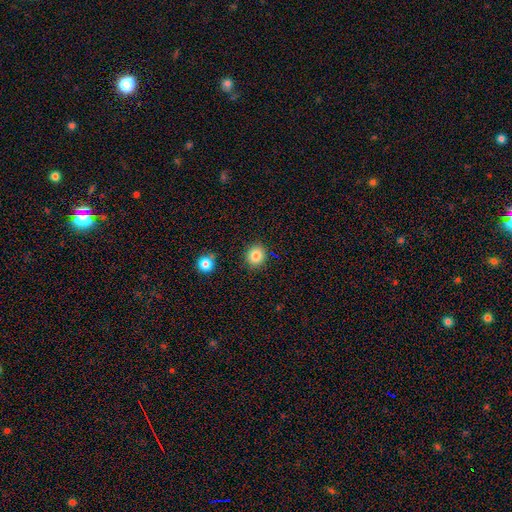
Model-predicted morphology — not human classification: smooth-or-featured: smooth: 84% | star or artifact: 10% | featured or disk: 6%
  how-rounded: round: 82% | in between: 17% | cigar-shaped: 1%
  merging: none: 87% | minor disturbance: 8% | merger: 3% | major disturbance: 2%